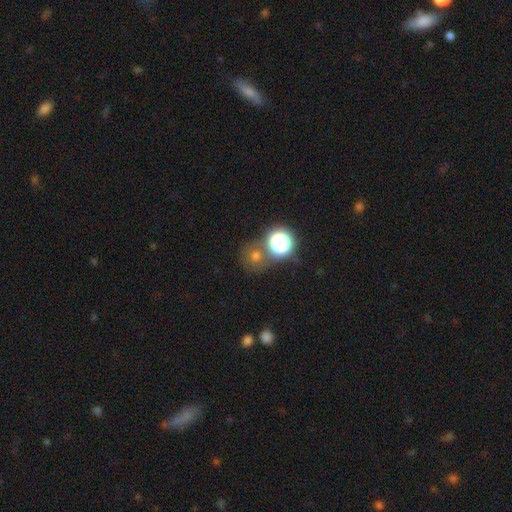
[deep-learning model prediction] This appears to be a smooth galaxy with no disk features (54%) that is round (86%). Merging: none (70%).